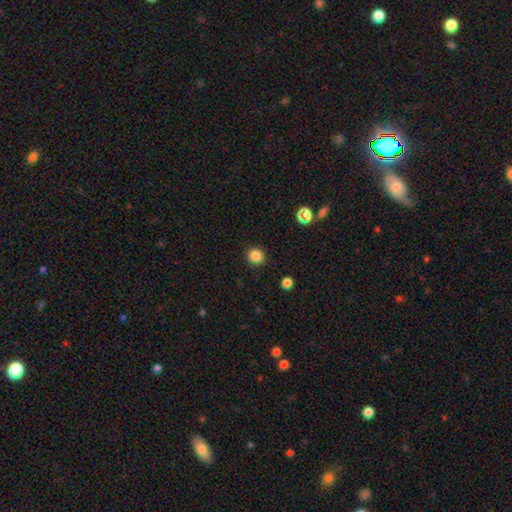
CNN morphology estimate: This appears to be a smooth galaxy with no disk features (85%) that is round (91%). Merging: none (91%).